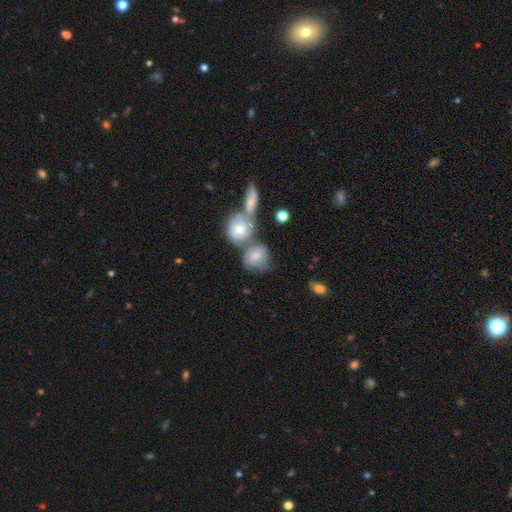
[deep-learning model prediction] A smooth galaxy with no disk features (61%) that is round (57%).

Vote fractions:
- Smooth or featured? smooth: 61% / featured or disk: 30% / star or artifact: 9%
- How rounded? round: 57% / in between: 41% / cigar-shaped: 2%
- Merging? merger: 44% / none: 30% / minor disturbance: 16% / major disturbance: 10%